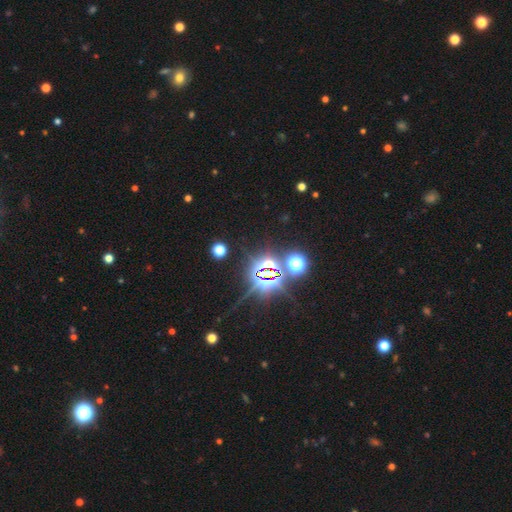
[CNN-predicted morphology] Smooth or featured?
  - star or artifact: 83% *
  - smooth: 10%
  - featured or disk: 7%